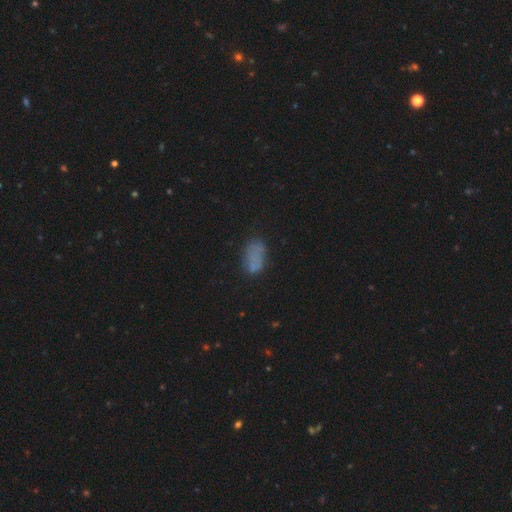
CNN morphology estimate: Smooth or featured? smooth (68%)
How rounded? in between (89%)
Merging? none (63%)